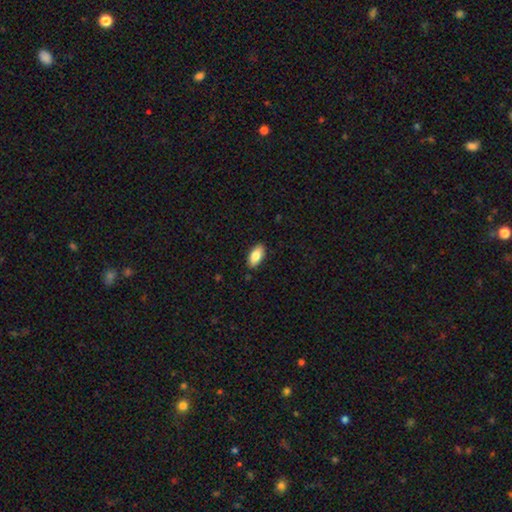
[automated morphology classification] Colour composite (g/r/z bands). It shows a smooth galaxy with no disk features (81%) that is in between round and cigar-shaped (91%). Merging: none (88%).